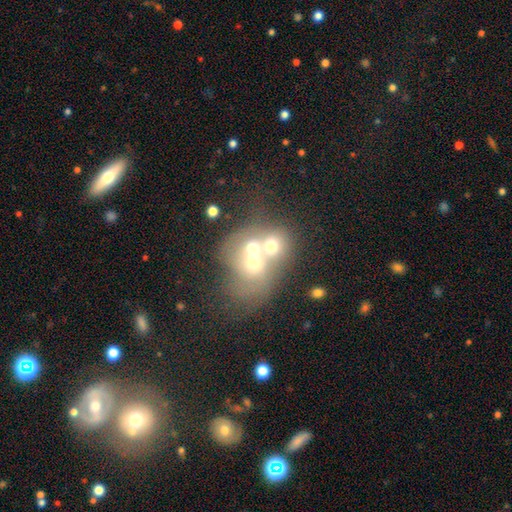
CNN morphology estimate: Q: Smooth or featured?
A: featured or disk (44%); runner-up: smooth (41%)
Q: Merging?
A: merger (70%); runner-up: none (16%)